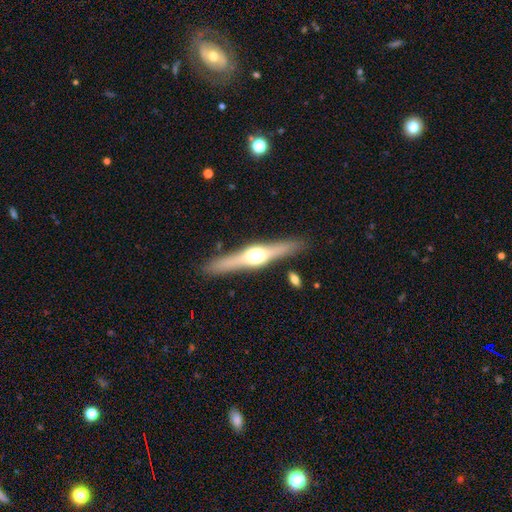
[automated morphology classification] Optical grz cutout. It shows a featured or disk galaxy (73%) viewed edge-on (97%) with a rounded central bulge (94%). Merging: none (87%).